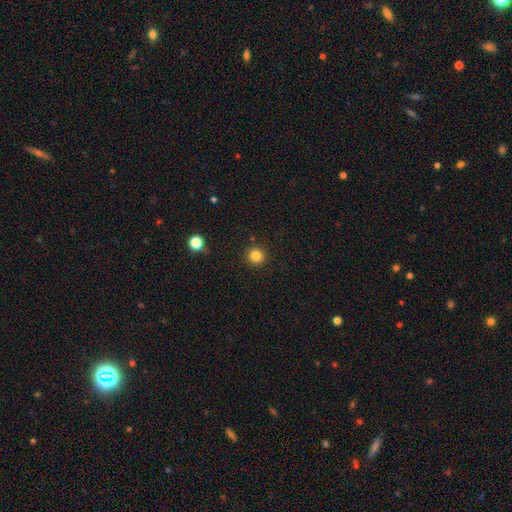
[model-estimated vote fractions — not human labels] Smooth or featured?
  - smooth: 83% *
  - star or artifact: 12%
  - featured or disk: 4%
How rounded?
  - round: 95% *
  - in between: 4%
  - cigar-shaped: 1%
Merging?
  - none: 92% *
  - minor disturbance: 5%
  - major disturbance: 2%
  - merger: 1%